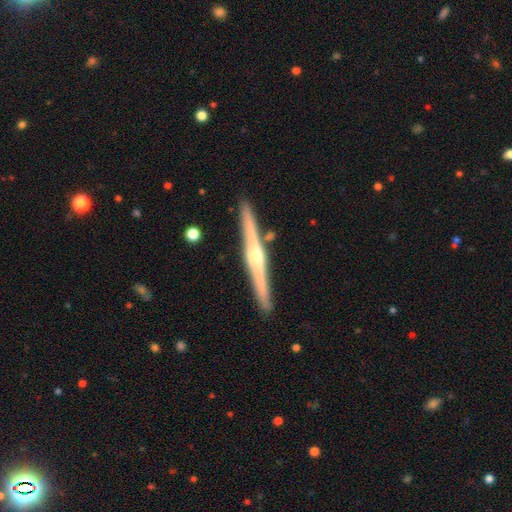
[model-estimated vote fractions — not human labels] Q: Smooth or featured?
A: featured or disk (80%); runner-up: smooth (15%)
Q: Edge-on disk?
A: yes (98%); runner-up: no (2%)
Q: Edge-on bulge?
A: rounded (82%); runner-up: none (9%)
Q: Merging?
A: none (90%); runner-up: minor disturbance (6%)